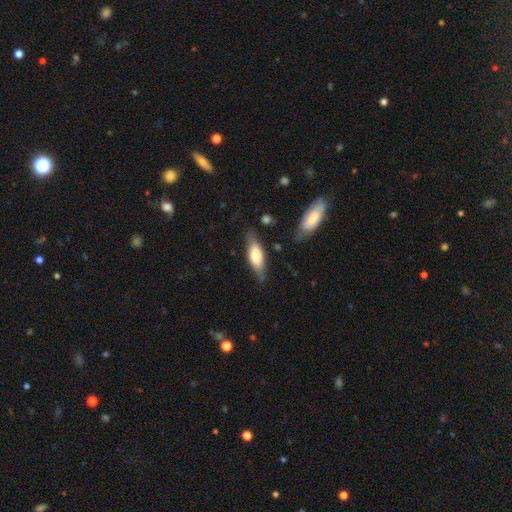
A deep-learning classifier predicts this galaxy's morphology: Smooth or featured: smooth — 63% (featured or disk — 31%)
How rounded: in between — 59% (cigar-shaped — 40%)
Merging: none — 74% (minor disturbance — 18%)